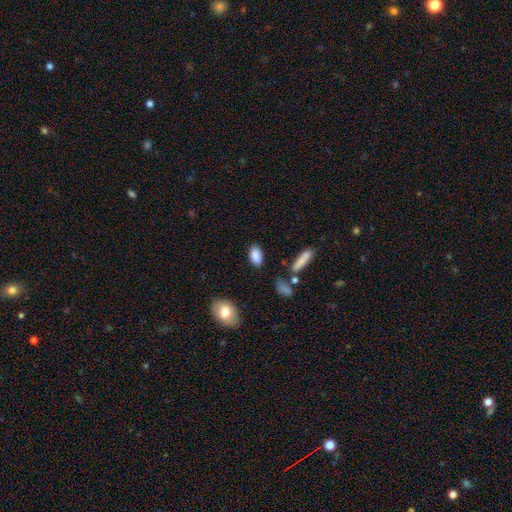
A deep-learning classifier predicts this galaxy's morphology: type=smooth (86%); roundness=in between (90%); merging=none (81%).